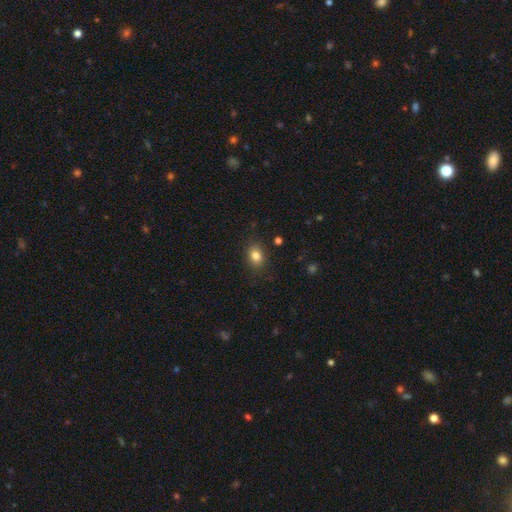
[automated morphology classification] smooth 82%, star or artifact 11%, featured or disk 7%. Down the decision tree: how rounded — in between (63%); merging — none (85%).